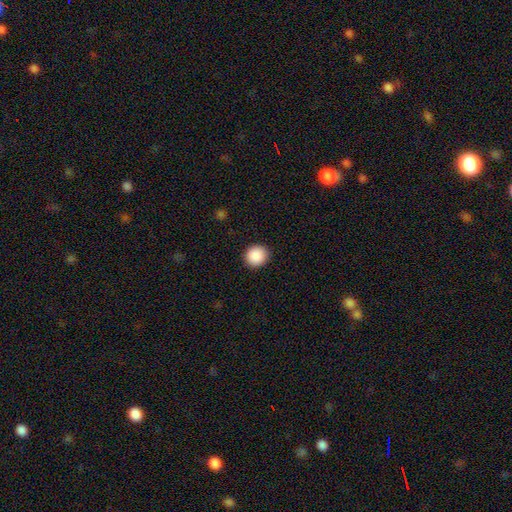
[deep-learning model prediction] Morphology: type=smooth (89%); roundness=round (88%); merging=none (91%).